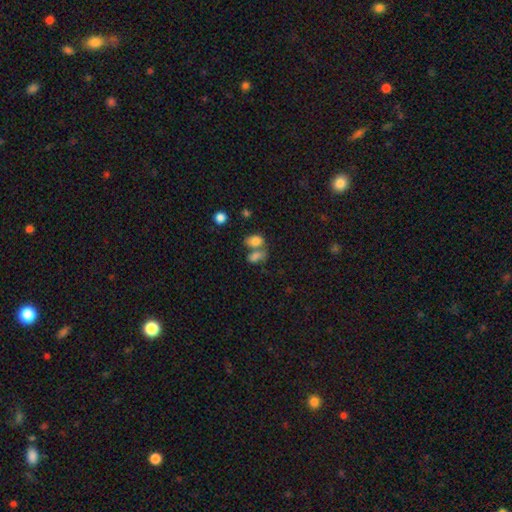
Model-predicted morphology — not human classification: A smooth galaxy with no disk features (78%) that is in between round and cigar-shaped (81%). Merging: merger (54%).